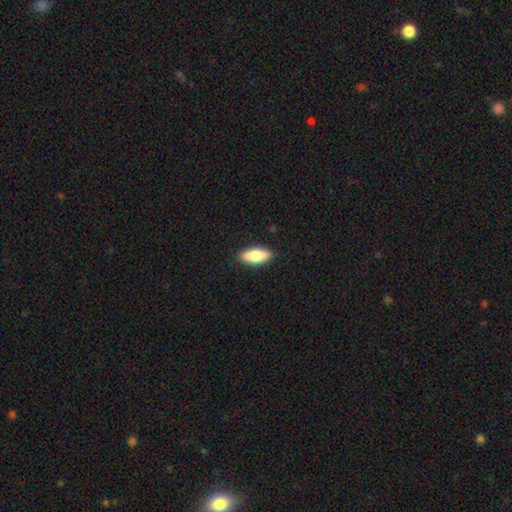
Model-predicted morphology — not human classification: A smooth galaxy with no disk features (75%) that is in between round and cigar-shaped (79%). Merging: none (89%).